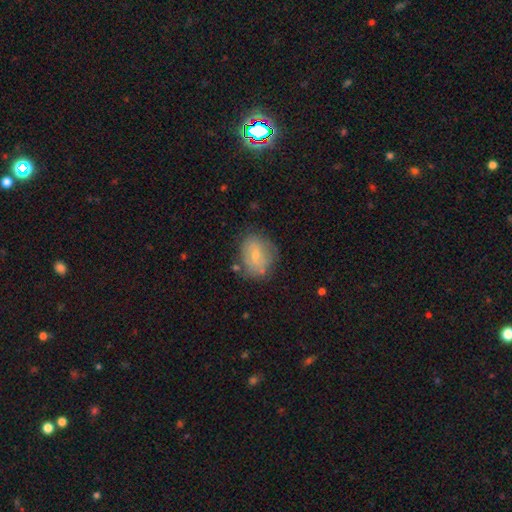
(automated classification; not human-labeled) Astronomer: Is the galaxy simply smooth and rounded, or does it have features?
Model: smooth — 53% (runner-up: featured or disk, 38%).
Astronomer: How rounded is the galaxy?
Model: in between — 59% (runner-up: round, 40%).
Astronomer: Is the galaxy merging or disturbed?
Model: none — 67%.